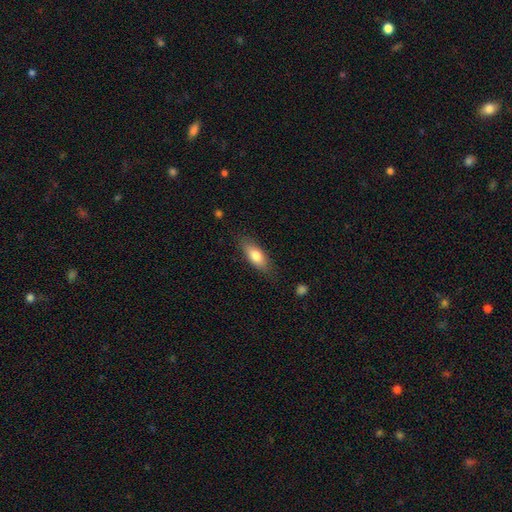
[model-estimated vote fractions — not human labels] Smooth or featured?
  - smooth: 76% *
  - featured or disk: 18%
  - star or artifact: 6%
How rounded?
  - in between: 71% *
  - cigar-shaped: 27%
  - round: 3%
Merging?
  - none: 80% *
  - minor disturbance: 15%
  - major disturbance: 3%
  - merger: 1%